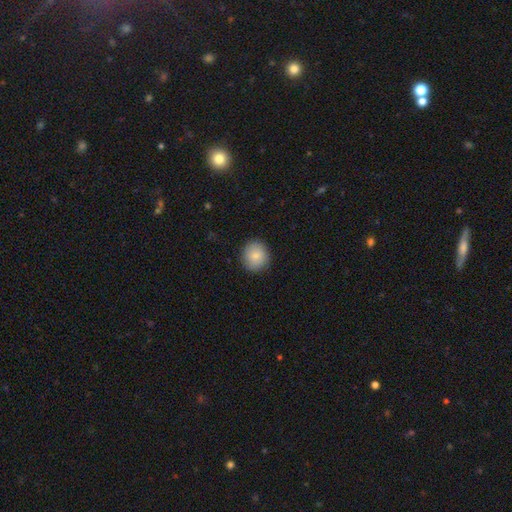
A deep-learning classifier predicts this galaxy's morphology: Smooth or featured? Predicted: smooth (p=0.84). How rounded? Predicted: round (p=0.86). Merging? Predicted: none (p=0.88).